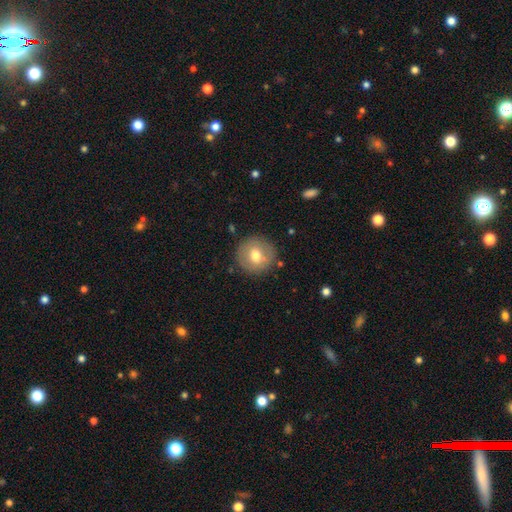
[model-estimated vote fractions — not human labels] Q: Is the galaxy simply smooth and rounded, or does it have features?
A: smooth — 67%.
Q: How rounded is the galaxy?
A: round — 93%.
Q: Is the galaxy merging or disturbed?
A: none — 86%.